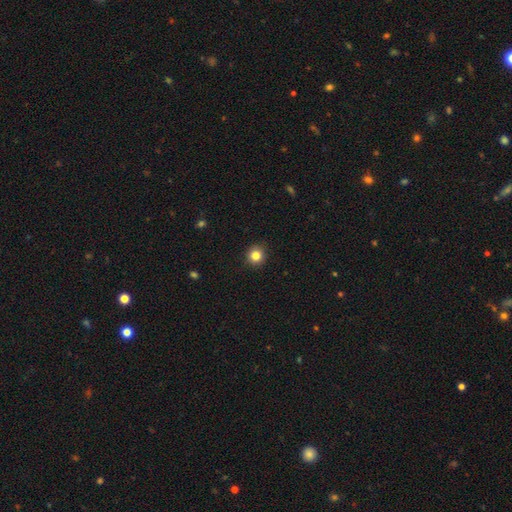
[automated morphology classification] Smooth or featured? smooth (83%)
How rounded? round (94%)
Merging? none (92%)